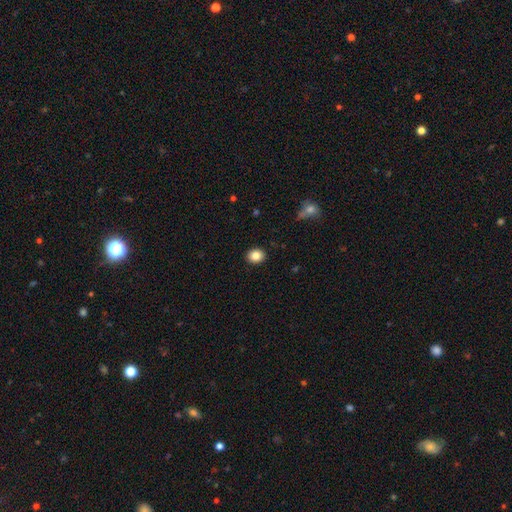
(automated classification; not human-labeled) Smooth or featured? Predicted: smooth (p=0.84). How rounded? Predicted: round (p=0.67). Merging? Predicted: none (p=0.91).